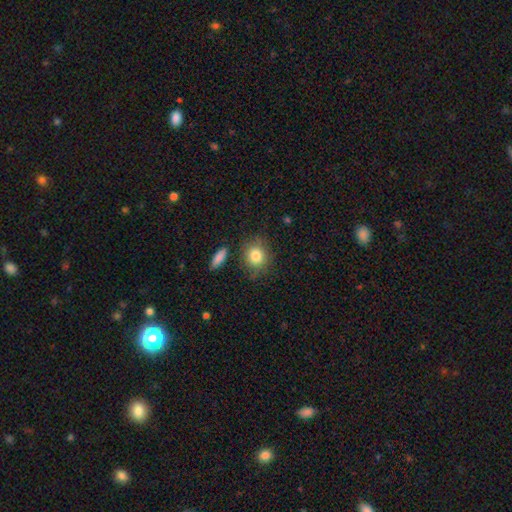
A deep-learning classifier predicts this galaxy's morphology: This is clearly a smooth galaxy (83%). How rounded: likely round (75%). Merging: likely none (78%).